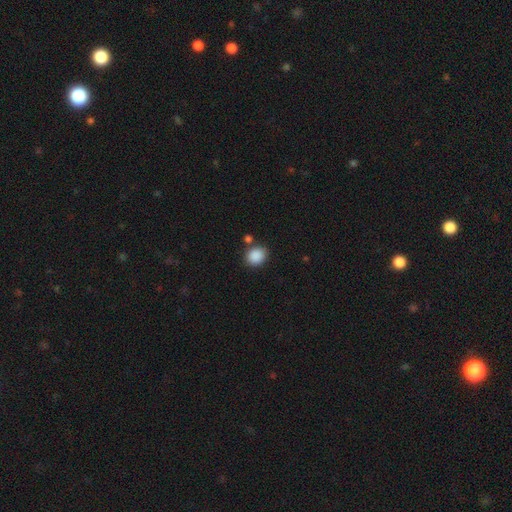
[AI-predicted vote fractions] This is clearly a smooth galaxy (88%). How rounded: likely round (68%). Merging: likely none (77%).